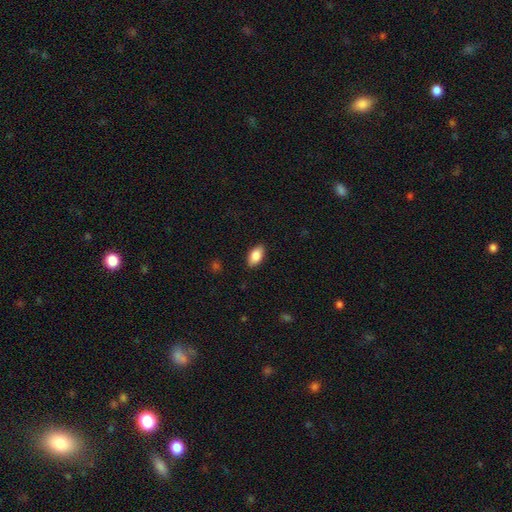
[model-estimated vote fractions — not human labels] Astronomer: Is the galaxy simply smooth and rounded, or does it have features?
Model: smooth — 85%.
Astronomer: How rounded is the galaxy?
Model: in between — 92%.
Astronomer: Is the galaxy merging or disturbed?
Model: none — 88%.